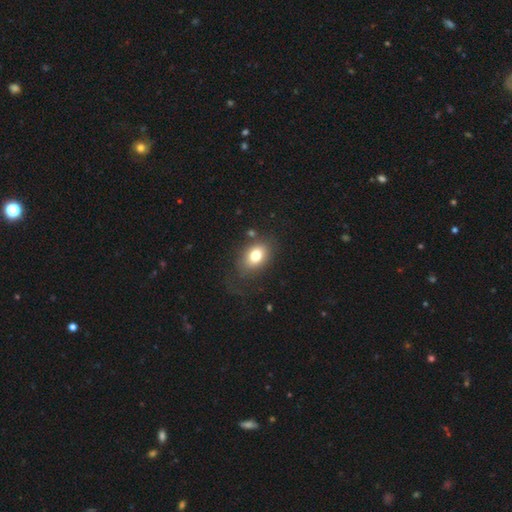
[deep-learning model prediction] Smooth or featured: smooth — 77% (featured or disk — 14%)
How rounded: in between — 75% (round — 24%)
Merging: none — 70% (minor disturbance — 17%)